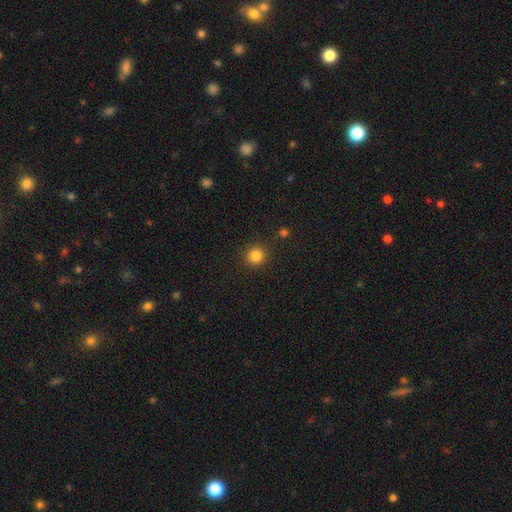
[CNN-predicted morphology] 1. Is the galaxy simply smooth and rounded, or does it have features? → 84% smooth, 12% star or artifact, 4% featured or disk.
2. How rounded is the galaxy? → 92% round, 7% in between, 1% cigar-shaped.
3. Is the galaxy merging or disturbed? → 88% none, 7% minor disturbance, 3% major disturbance, 3% merger.